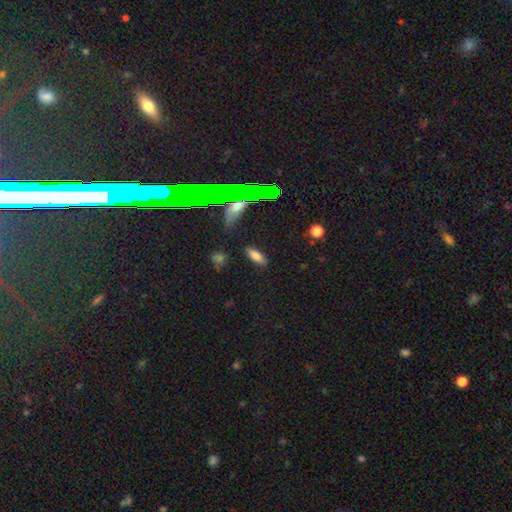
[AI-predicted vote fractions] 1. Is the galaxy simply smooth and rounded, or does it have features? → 77% smooth, 12% star or artifact, 10% featured or disk.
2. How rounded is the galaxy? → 72% in between, 24% cigar-shaped, 3% round.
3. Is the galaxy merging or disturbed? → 83% none, 11% minor disturbance, 3% major disturbance, 2% merger.